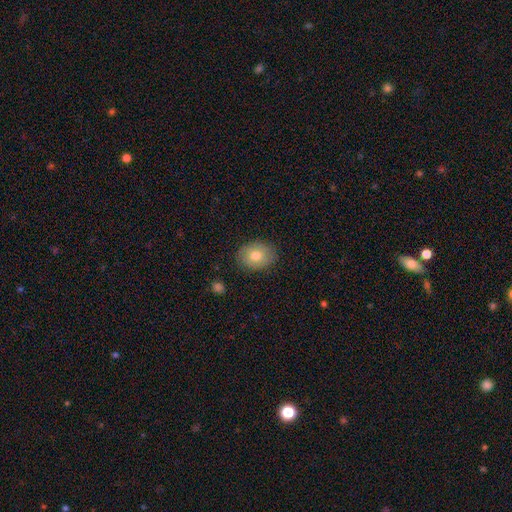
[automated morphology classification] This is likely a smooth galaxy (74%). How rounded: likely in between (61%). Merging: clearly none (85%).